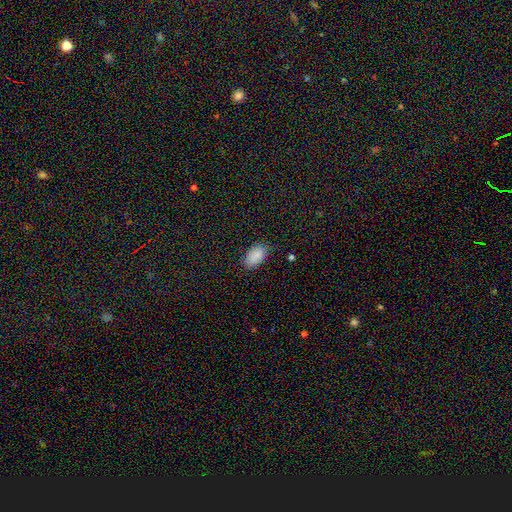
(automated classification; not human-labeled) A smooth galaxy with no disk features (88%) that is in between round and cigar-shaped (94%). Merging: none (81%).